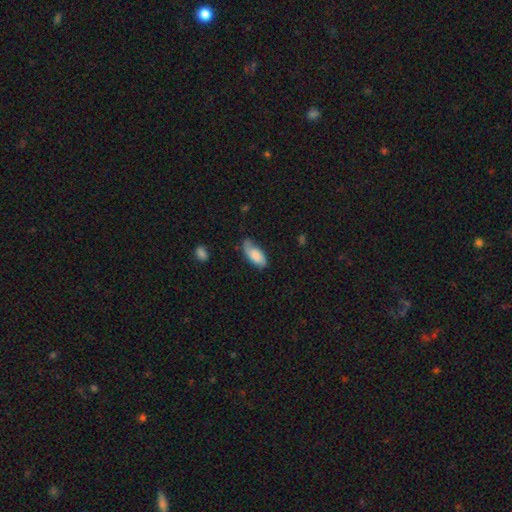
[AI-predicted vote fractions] A smooth galaxy with no disk features (69%) that is in between round and cigar-shaped (89%). Merging: none (58%).